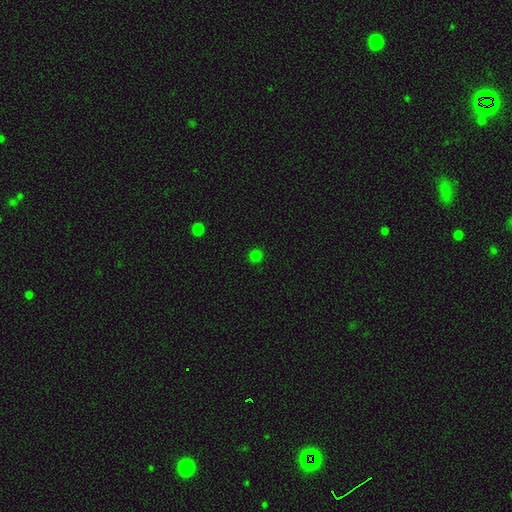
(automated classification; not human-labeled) This appears to be a smooth galaxy with no disk features (78%) that is round (92%). Merging: none (91%).